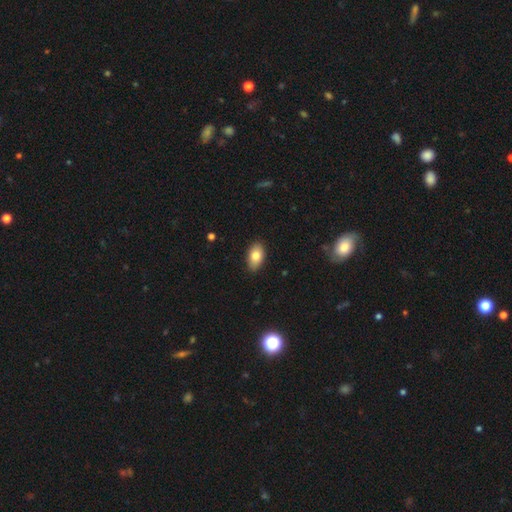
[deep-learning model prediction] Smooth or featured?
  - smooth: 82% *
  - featured or disk: 10%
  - star or artifact: 7%
How rounded?
  - in between: 93% *
  - round: 5%
  - cigar-shaped: 2%
Merging?
  - none: 88% *
  - minor disturbance: 9%
  - major disturbance: 2%
  - merger: 1%